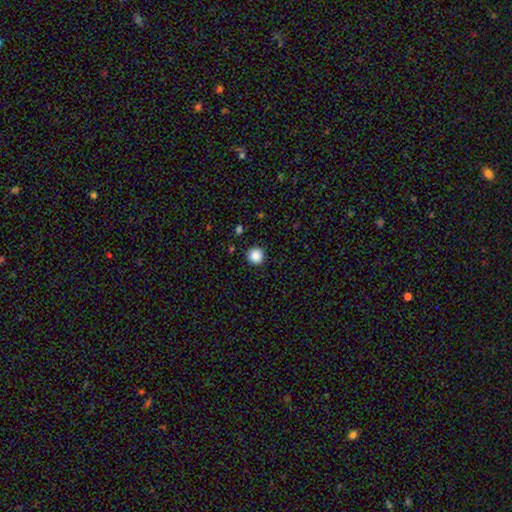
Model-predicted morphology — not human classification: A smooth galaxy with no disk features (87%) that is round (96%).

Vote fractions:
- Smooth or featured? smooth: 87% / star or artifact: 10% / featured or disk: 3%
- How rounded? round: 96% / in between: 3% / cigar-shaped: 1%
- Merging? none: 93% / minor disturbance: 5% / major disturbance: 2% / merger: 1%